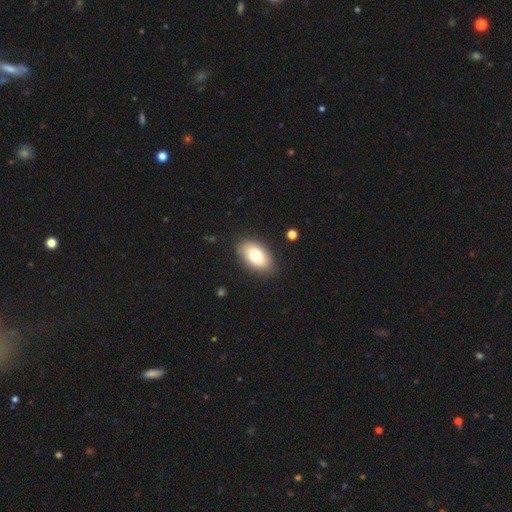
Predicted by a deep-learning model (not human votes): A smooth galaxy with no disk features (74%) that is in between round and cigar-shaped (92%). Merging: none (87%).